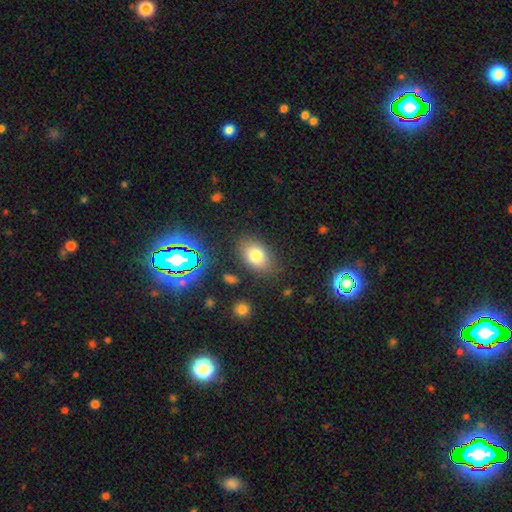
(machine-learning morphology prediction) Smooth or featured? Predicted: smooth (p=0.76). How rounded? Predicted: in between (p=0.82). Merging? Predicted: none (p=0.81).